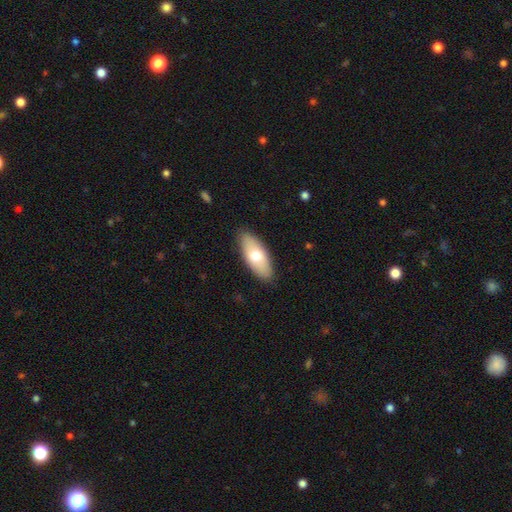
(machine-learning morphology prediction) Smooth or featured?
  - smooth: 68% *
  - featured or disk: 26%
  - star or artifact: 6%
How rounded?
  - in between: 85% *
  - cigar-shaped: 13%
  - round: 2%
Merging?
  - none: 87% *
  - minor disturbance: 10%
  - major disturbance: 2%
  - merger: 1%